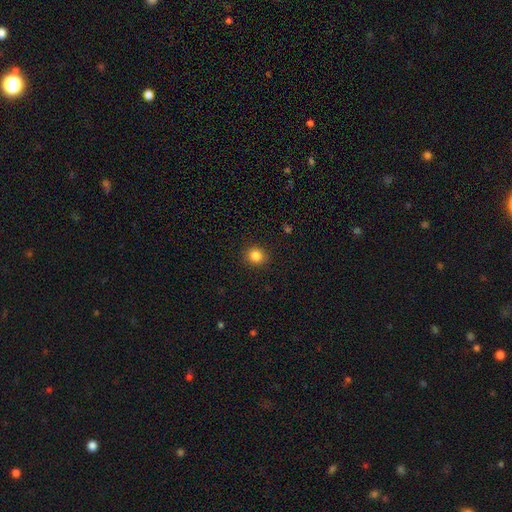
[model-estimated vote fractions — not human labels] Smooth or featured? smooth (84%)
How rounded? round (82%)
Merging? none (89%)